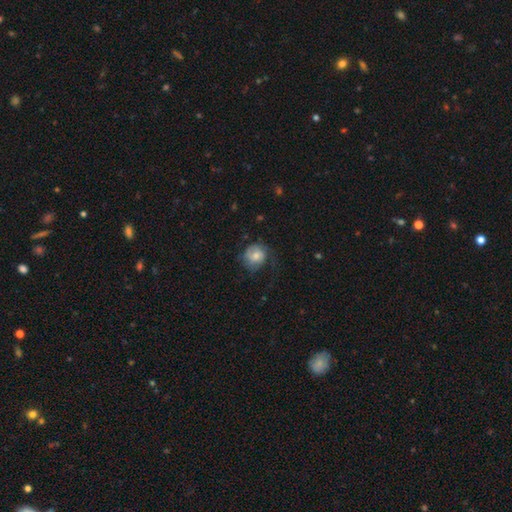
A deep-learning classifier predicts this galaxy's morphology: Overall: smooth (68%). How rounded: round (80%). Merging: none (55%; minor disturbance 26%).